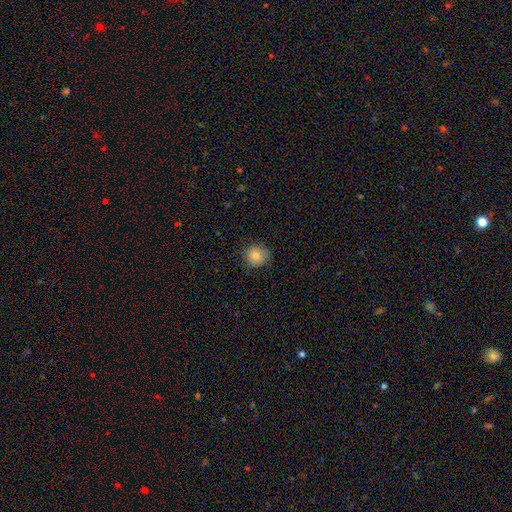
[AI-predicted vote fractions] A smooth galaxy with no disk features (83%) that is round (89%).

Vote fractions:
- Smooth or featured? smooth: 83% / star or artifact: 10% / featured or disk: 7%
- How rounded? round: 89% / in between: 10% / cigar-shaped: 1%
- Merging? none: 80% / minor disturbance: 15% / major disturbance: 3% / merger: 1%